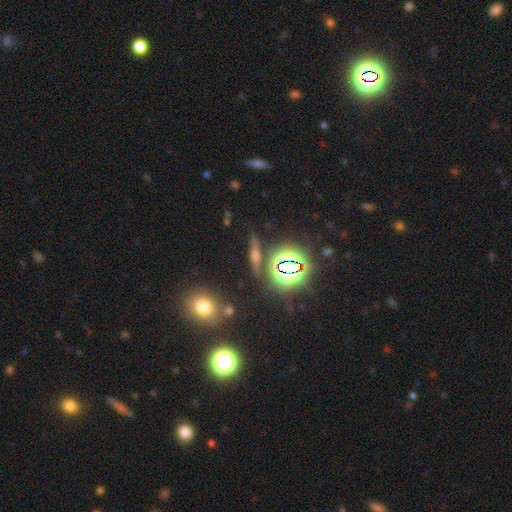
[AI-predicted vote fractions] star or artifact 35%, smooth 33%, featured or disk 32%.